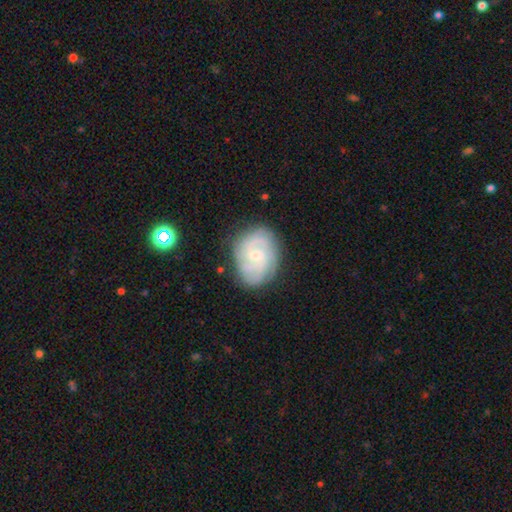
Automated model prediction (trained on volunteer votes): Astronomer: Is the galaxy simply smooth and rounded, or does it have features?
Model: featured or disk — 79%.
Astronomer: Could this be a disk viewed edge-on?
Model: no — 97%.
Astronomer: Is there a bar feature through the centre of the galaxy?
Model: no — 55% (runner-up: weak, 40%).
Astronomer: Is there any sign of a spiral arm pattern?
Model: yes — 95%.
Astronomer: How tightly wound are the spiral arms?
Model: tight — 52% (runner-up: medium, 38%).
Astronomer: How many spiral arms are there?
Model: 3 — 29% (runner-up: 2, 27%).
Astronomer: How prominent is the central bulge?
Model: small — 65%.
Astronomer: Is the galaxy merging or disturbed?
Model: none — 77%.